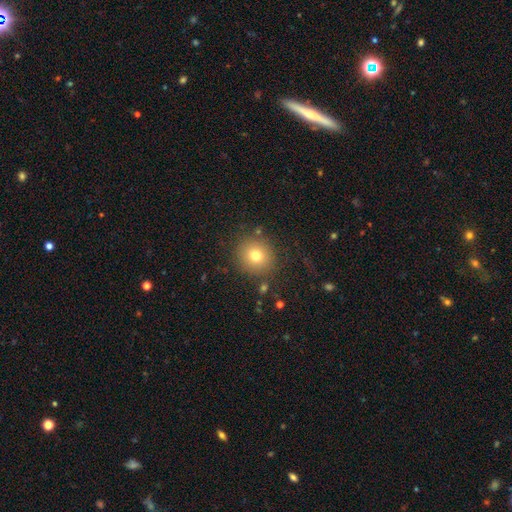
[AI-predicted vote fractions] Smooth or featured?
  - smooth: 74% *
  - star or artifact: 14%
  - featured or disk: 12%
How rounded?
  - round: 90% *
  - in between: 9%
  - cigar-shaped: 1%
Merging?
  - none: 85% *
  - minor disturbance: 8%
  - major disturbance: 4%
  - merger: 2%